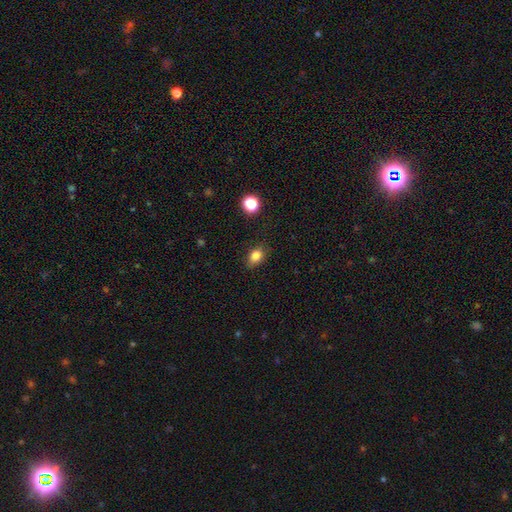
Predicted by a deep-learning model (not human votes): Smooth or featured? smooth (83%)
How rounded? in between (66%)
Merging? none (78%)